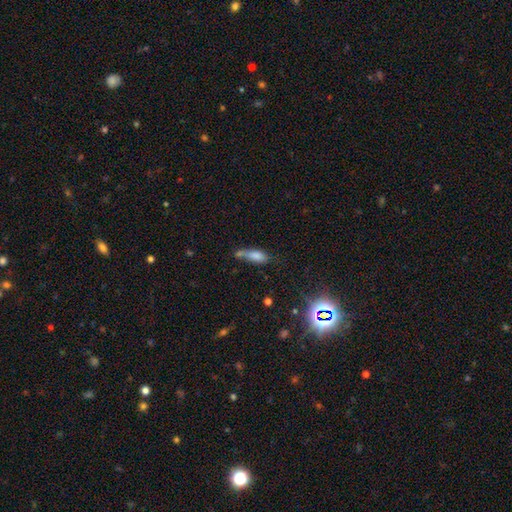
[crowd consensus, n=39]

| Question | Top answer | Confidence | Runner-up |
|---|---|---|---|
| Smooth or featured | smooth | 85% | star or artifact (10%) |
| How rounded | in between | 79% | cigar-shaped (21%) |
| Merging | none | 51% | merger (29%) |